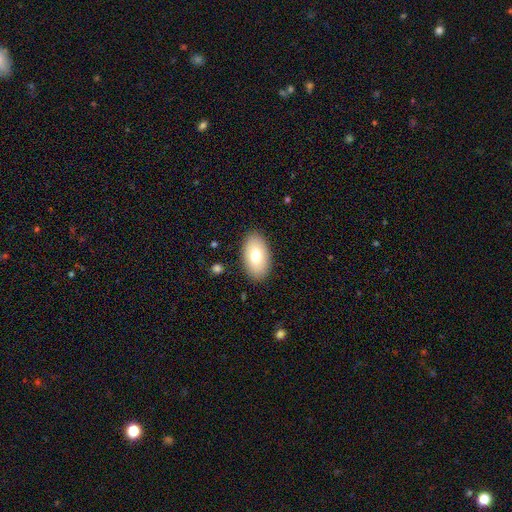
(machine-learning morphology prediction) Overall: smooth (72%). How rounded: in between (94%). Merging: none (87%).